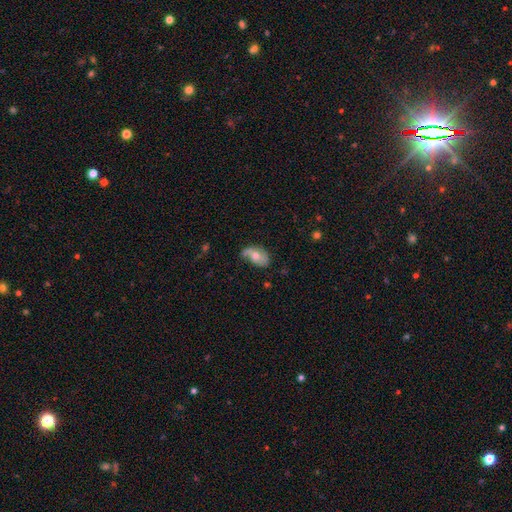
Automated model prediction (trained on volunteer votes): This is possibly a smooth galaxy (48%). Merging: marginally none (41%).